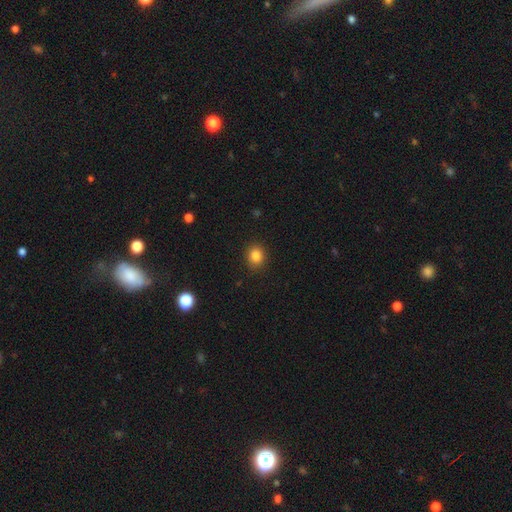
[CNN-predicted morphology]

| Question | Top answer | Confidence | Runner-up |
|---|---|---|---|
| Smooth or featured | smooth | 84% | star or artifact (11%) |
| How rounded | round | 73% | in between (26%) |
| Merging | none | 90% | minor disturbance (7%) |